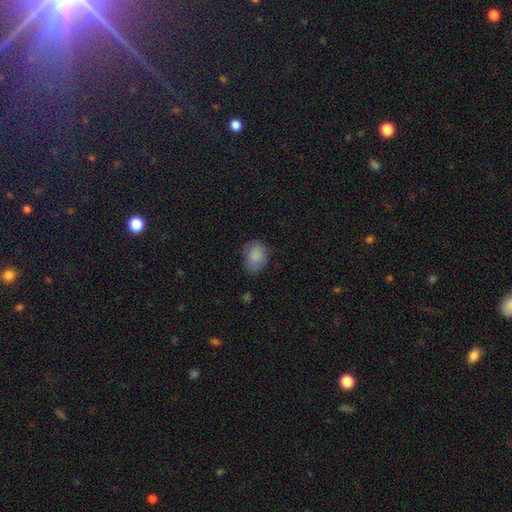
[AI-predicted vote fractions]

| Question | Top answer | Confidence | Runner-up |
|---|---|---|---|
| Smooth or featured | smooth | 86% | star or artifact (8%) |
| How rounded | in between | 59% | round (40%) |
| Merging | none | 72% | minor disturbance (21%) |